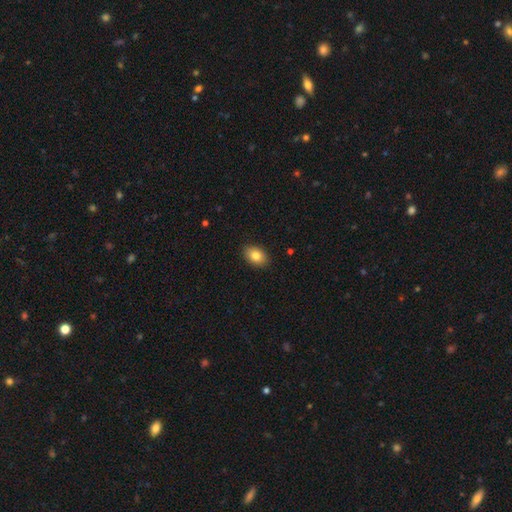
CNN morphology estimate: Smooth or featured?
  - smooth: 83% *
  - featured or disk: 9%
  - star or artifact: 8%
How rounded?
  - in between: 83% *
  - round: 16%
  - cigar-shaped: 1%
Merging?
  - none: 89% *
  - minor disturbance: 8%
  - major disturbance: 2%
  - merger: 1%